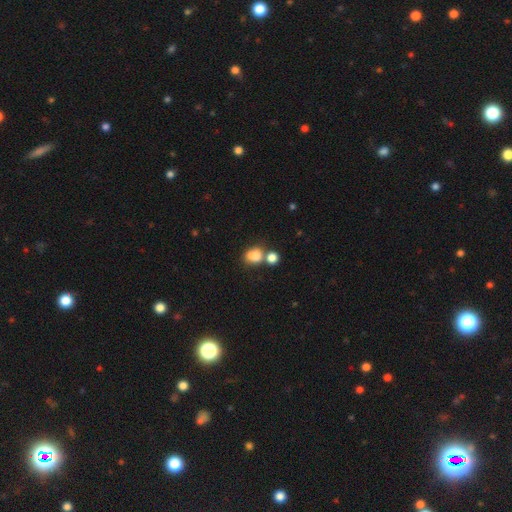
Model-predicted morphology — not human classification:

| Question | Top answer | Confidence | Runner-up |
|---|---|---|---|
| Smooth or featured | smooth | 84% | star or artifact (10%) |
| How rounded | in between | 57% | round (42%) |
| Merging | none | 43% | merger (38%) |